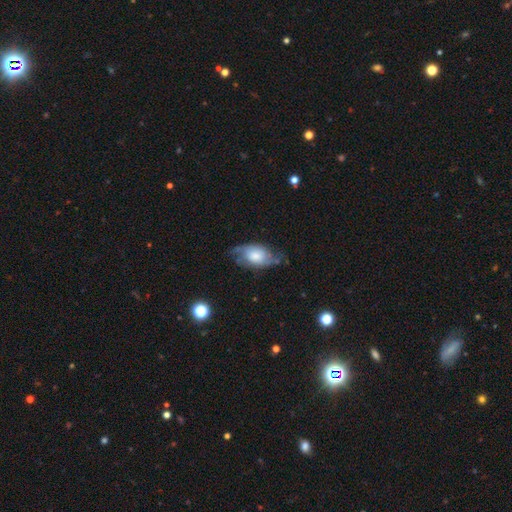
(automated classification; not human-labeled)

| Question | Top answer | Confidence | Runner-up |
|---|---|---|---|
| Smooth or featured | featured or disk | 55% | smooth (38%) |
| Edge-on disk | no | 92% | yes (8%) |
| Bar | no | 71% | weak (24%) |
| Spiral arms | yes | 81% | no (19%) |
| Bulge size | large | 36% | moderate (29%) |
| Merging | none | 55% | minor disturbance (28%) |